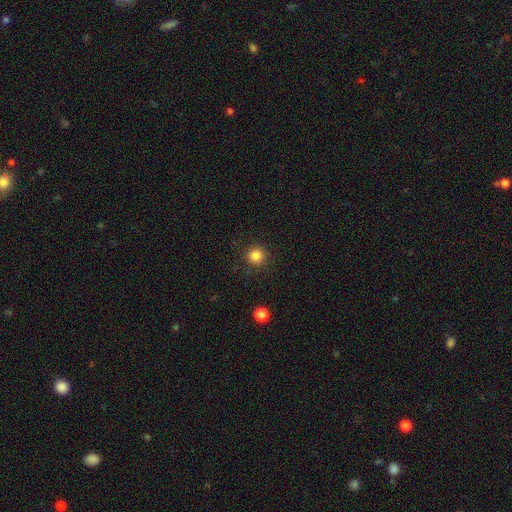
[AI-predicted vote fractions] Smooth or featured?
  - smooth: 83% *
  - star or artifact: 12%
  - featured or disk: 4%
How rounded?
  - round: 95% *
  - in between: 4%
  - cigar-shaped: 1%
Merging?
  - none: 91% *
  - minor disturbance: 6%
  - major disturbance: 2%
  - merger: 1%